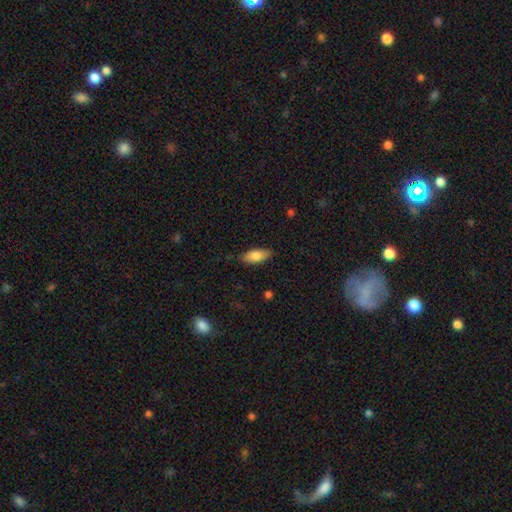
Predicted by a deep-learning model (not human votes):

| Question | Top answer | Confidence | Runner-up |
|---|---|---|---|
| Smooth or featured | smooth | 82% | featured or disk (11%) |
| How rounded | in between | 84% | cigar-shaped (14%) |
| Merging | none | 83% | minor disturbance (13%) |